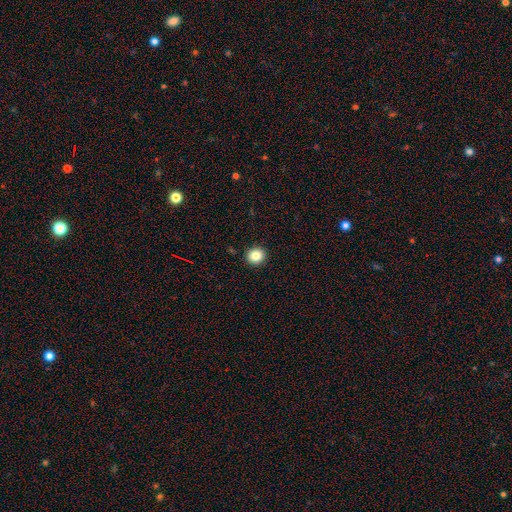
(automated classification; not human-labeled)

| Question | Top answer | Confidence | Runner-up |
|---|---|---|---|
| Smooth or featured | smooth | 84% | star or artifact (10%) |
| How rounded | round | 87% | in between (12%) |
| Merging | none | 93% | minor disturbance (5%) |